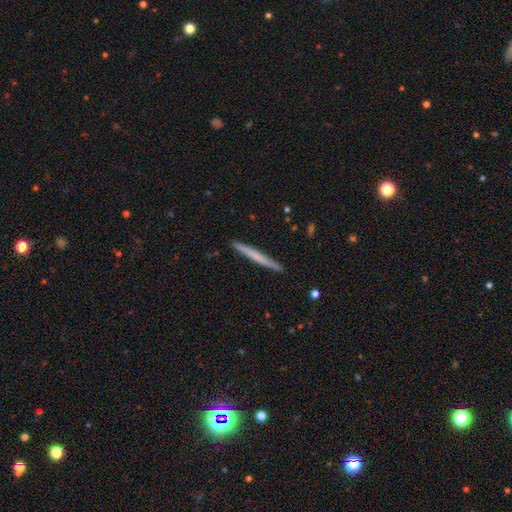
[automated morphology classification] smooth 55%, featured or disk 40%, star or artifact 5%. Down the decision tree: how rounded — cigar-shaped (97%); merging — none (92%).